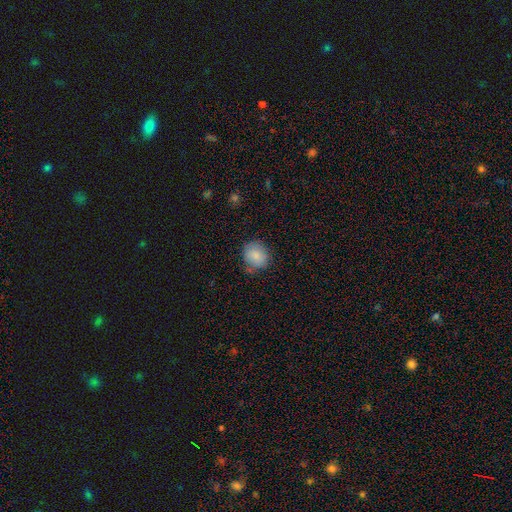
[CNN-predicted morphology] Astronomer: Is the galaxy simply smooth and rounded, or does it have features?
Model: smooth — 85%.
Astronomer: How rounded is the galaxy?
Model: round — 74%.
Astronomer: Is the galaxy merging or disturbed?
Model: none — 73%.